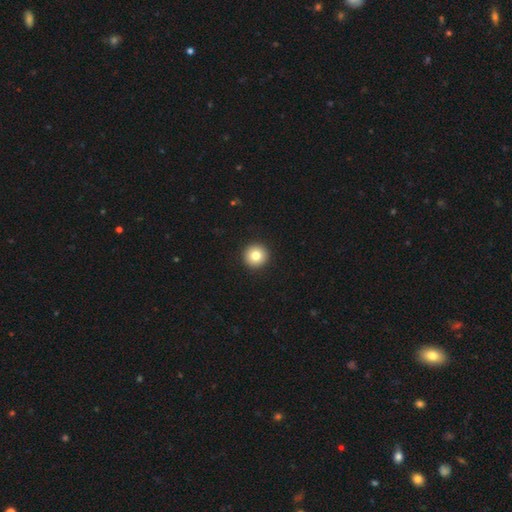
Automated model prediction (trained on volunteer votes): The model was most divided on "smooth or featured": smooth: 80%, featured or disk: 10%, star or artifact: 10%. More confident: how rounded — round (96%); merging — none (94%).